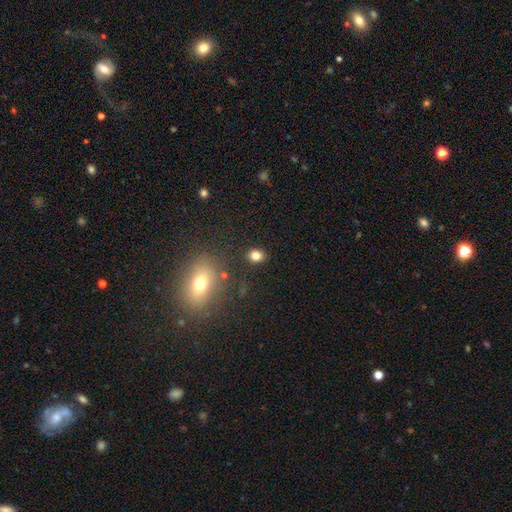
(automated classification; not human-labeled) smooth 81%, star or artifact 12%, featured or disk 7%. Down the decision tree: how rounded — round (55%); merging — none (84%).